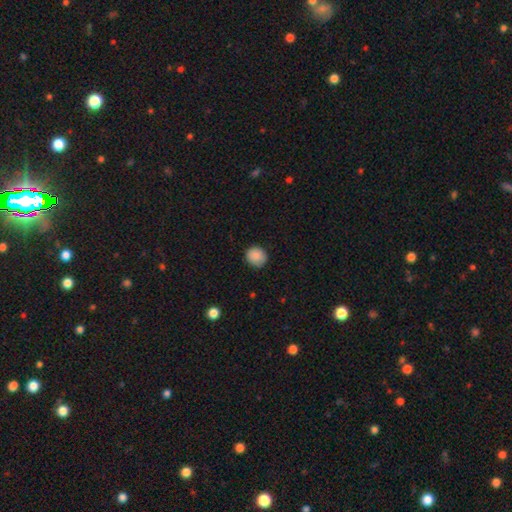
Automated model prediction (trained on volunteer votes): A smooth galaxy with no disk features (88%) that is round (84%).

Vote fractions:
- Smooth or featured? smooth: 88% / star or artifact: 8% / featured or disk: 4%
- How rounded? round: 84% / in between: 15% / cigar-shaped: 1%
- Merging? none: 87% / minor disturbance: 10% / major disturbance: 2% / merger: 1%